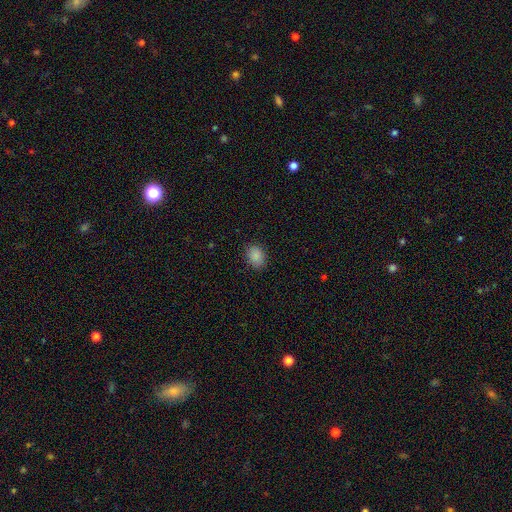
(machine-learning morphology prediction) This appears to be a smooth galaxy with no disk features (87%) that is in between round and cigar-shaped (64%). Merging: none (85%).